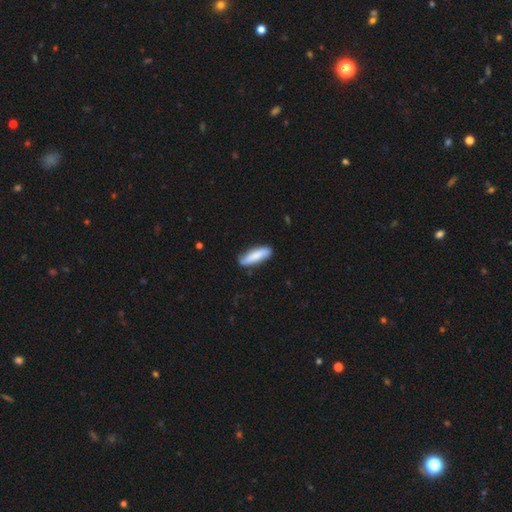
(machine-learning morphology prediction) smooth 78%, featured or disk 17%, star or artifact 5%. Down the decision tree: how rounded — cigar-shaped (62%); merging — none (83%).